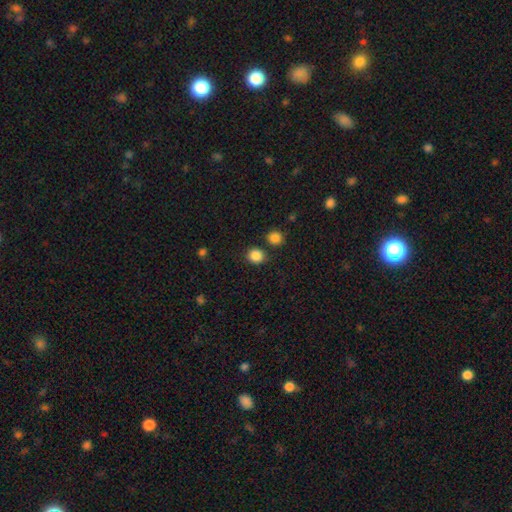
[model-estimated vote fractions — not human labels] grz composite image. It shows a smooth galaxy with no disk features (86%) that is round (83%). Merging: none (82%).